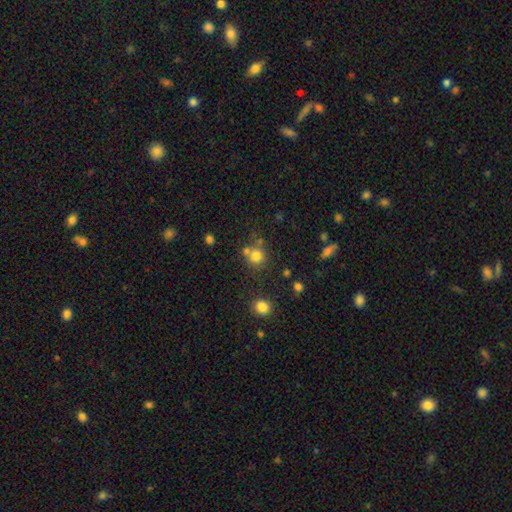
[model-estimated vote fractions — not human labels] This appears to be a smooth galaxy with no disk features (77%) that is round (88%). Merging: none (60%).